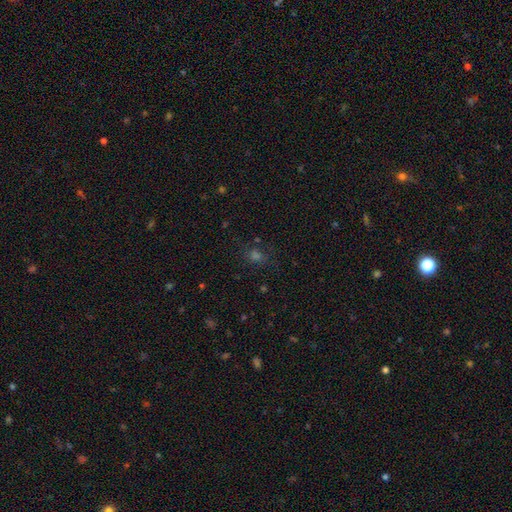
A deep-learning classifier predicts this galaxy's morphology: smooth-or-featured: smooth: 52% | star or artifact: 40% | featured or disk: 8%
  how-rounded: round: 60% | in between: 38% | cigar-shaped: 2%
  merging: none: 75% | minor disturbance: 14% | major disturbance: 7% | merger: 3%